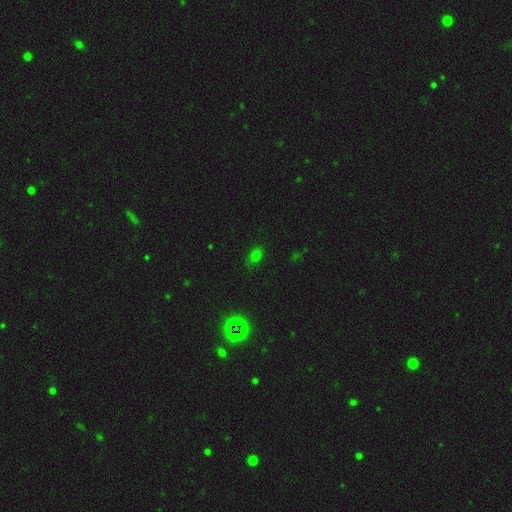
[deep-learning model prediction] smooth 65%, star or artifact 28%, featured or disk 7%. Down the decision tree: how rounded — in between (68%); merging — none (80%).